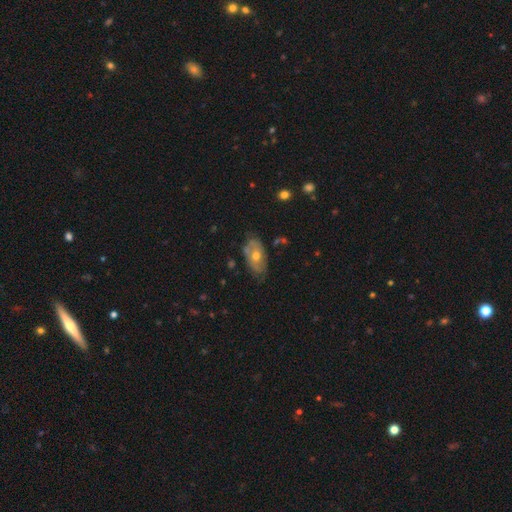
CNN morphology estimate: Smooth or featured? featured or disk (53%)
Edge-on disk? no (88%)
Merging? none (65%)